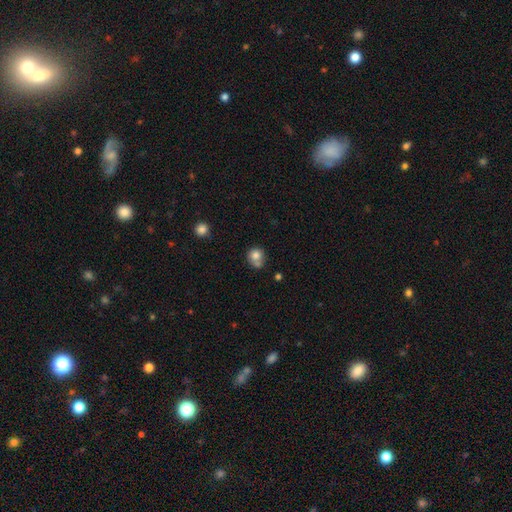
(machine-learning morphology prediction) This appears to be a smooth galaxy with no disk features (79%) that is round (83%). Merging: none (49%).